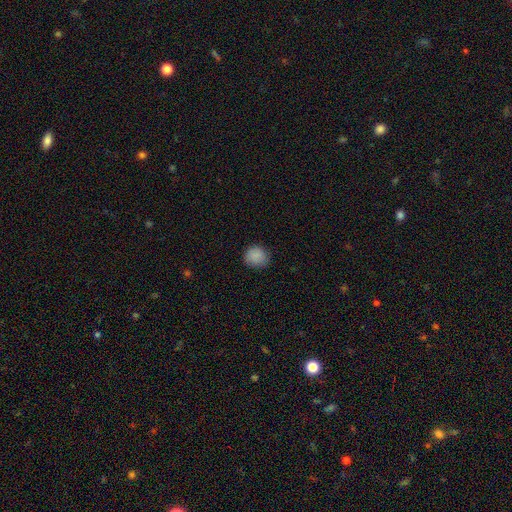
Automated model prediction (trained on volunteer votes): smooth_or_featured: smooth (p=0.87) [alt: star or artifact p=0.09]
how_rounded: round (p=0.82) [alt: in between p=0.17]
merging: none (p=0.83) [alt: minor disturbance p=0.13]